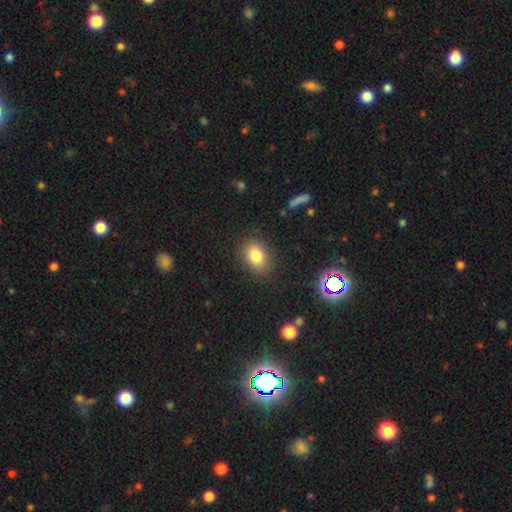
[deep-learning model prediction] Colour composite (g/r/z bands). It shows a smooth galaxy with no disk features (81%) that is in between round and cigar-shaped (70%). Merging: none (86%).